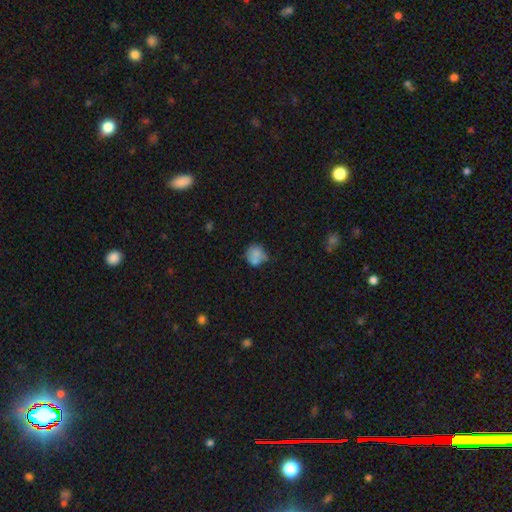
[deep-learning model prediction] A smooth galaxy with no disk features (73%) that is round (77%). Merging: none (44%).